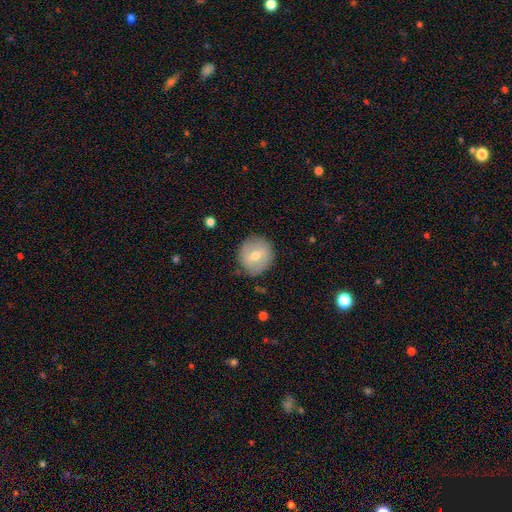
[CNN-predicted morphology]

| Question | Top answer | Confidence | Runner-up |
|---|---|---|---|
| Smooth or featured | smooth | 56% | featured or disk (36%) |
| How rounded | round | 91% | in between (8%) |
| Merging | none | 84% | minor disturbance (12%) |